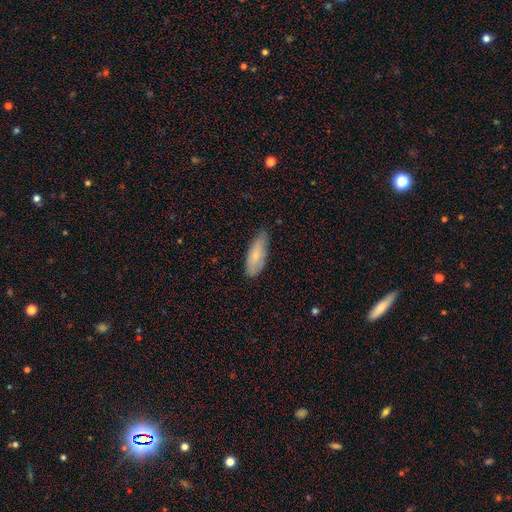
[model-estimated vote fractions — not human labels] This is likely a smooth galaxy (73%). How rounded: likely in between (69%). Merging: likely none (67%).